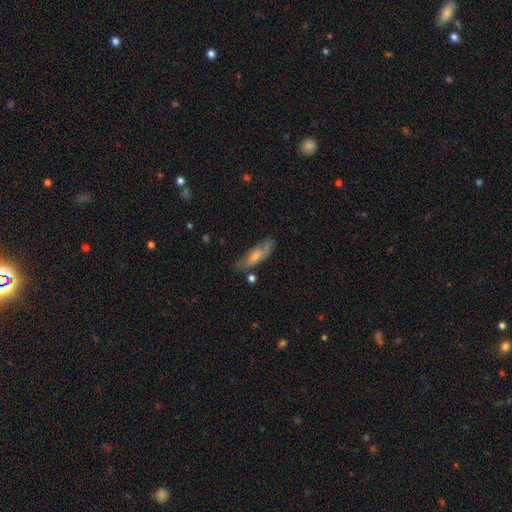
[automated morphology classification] smooth_or_featured: smooth (p=0.49) [alt: featured or disk p=0.43]
merging: none (p=0.68) [alt: minor disturbance p=0.22]